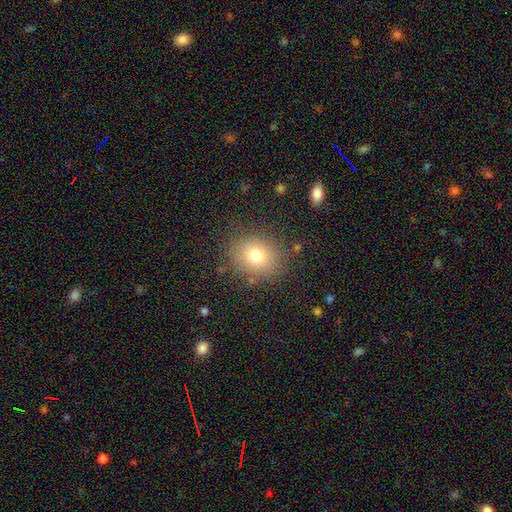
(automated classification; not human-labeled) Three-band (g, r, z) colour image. It shows a smooth galaxy with no disk features (76%) that is round (60%). Merging: none (84%).